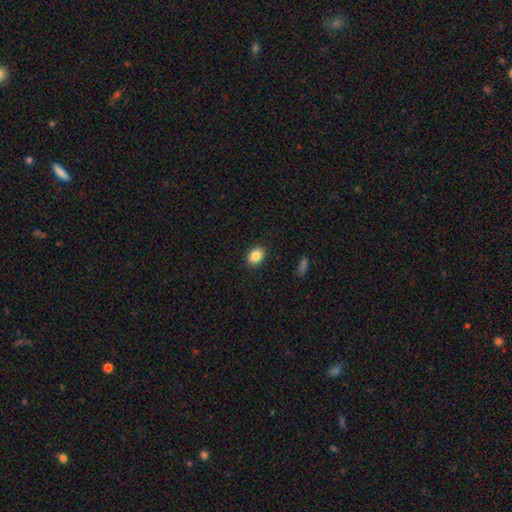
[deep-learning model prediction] A smooth galaxy with no disk features (85%) that is in between round and cigar-shaped (69%). Merging: none (89%).